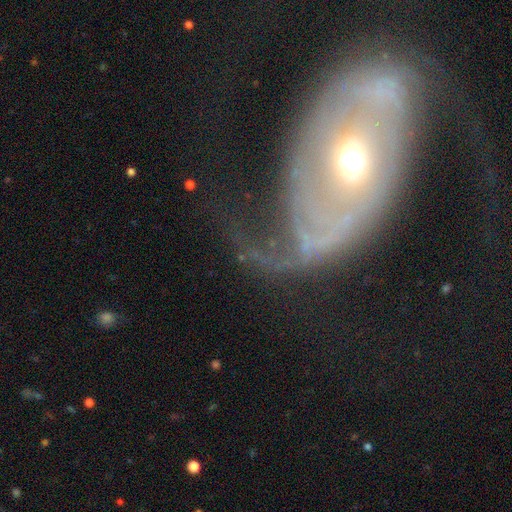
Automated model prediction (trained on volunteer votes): Smooth or featured? Predicted: featured or disk (p=0.73). Edge-on disk? Predicted: no (p=0.93). Bar? Predicted: no (p=0.67). Spiral arms? Predicted: yes (p=0.68). Bulge size? Predicted: moderate (p=0.62). Merging? Predicted: none (p=0.41).